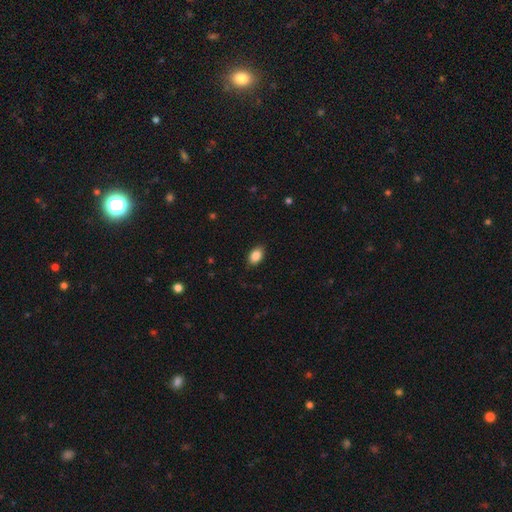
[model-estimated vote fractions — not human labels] smooth 87%, star or artifact 8%, featured or disk 5%. Down the decision tree: how rounded — in between (88%); merging — none (87%).